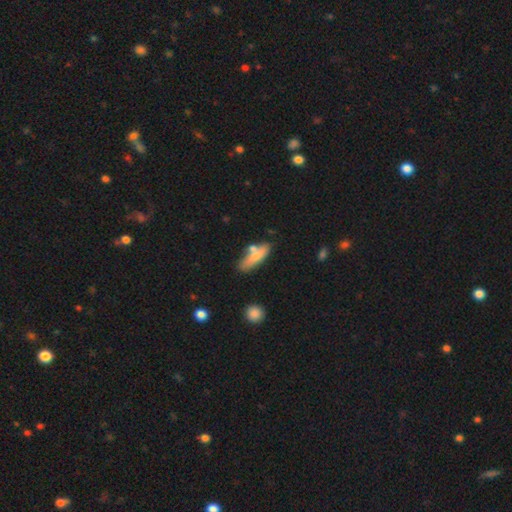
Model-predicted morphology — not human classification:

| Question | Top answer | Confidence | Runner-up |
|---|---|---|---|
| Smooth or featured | smooth | 69% | featured or disk (25%) |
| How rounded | cigar-shaped | 49% | in between (48%) |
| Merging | none | 60% | minor disturbance (18%) |